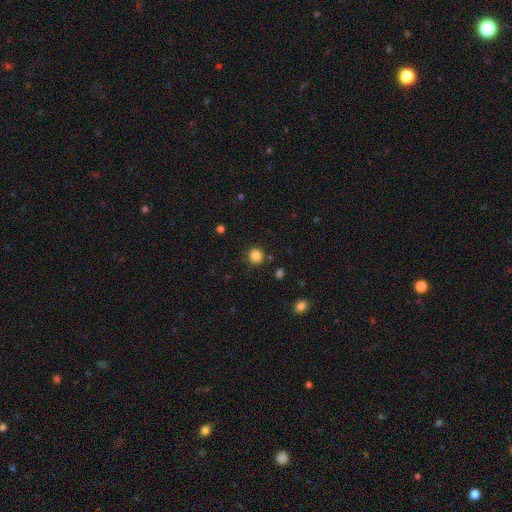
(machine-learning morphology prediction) smooth 84%, star or artifact 12%, featured or disk 4%. Down the decision tree: how rounded — round (92%); merging — none (87%).